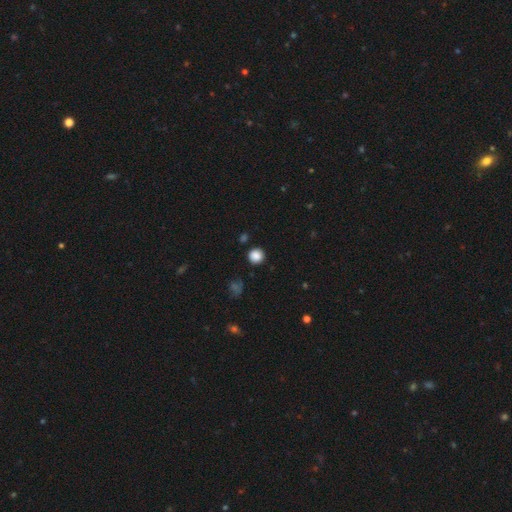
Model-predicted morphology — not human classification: Smooth or featured? smooth (86%)
How rounded? round (94%)
Merging? none (90%)